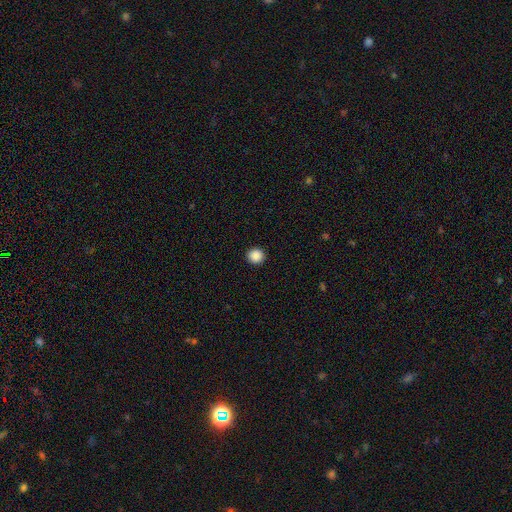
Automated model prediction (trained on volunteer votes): Smooth or featured?
  - smooth: 88% *
  - star or artifact: 9%
  - featured or disk: 2%
How rounded?
  - round: 92% *
  - in between: 7%
  - cigar-shaped: 1%
Merging?
  - none: 93% *
  - minor disturbance: 5%
  - major disturbance: 2%
  - merger: 1%